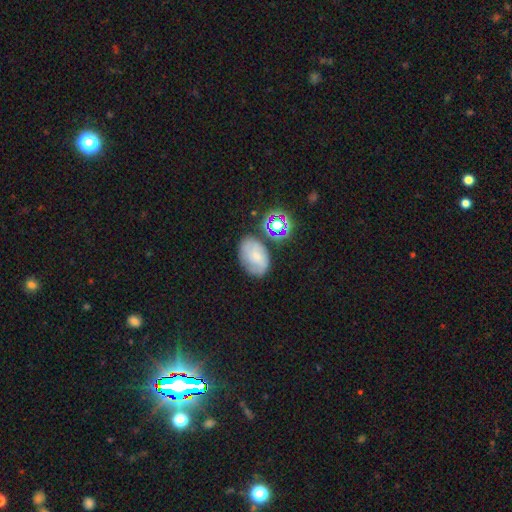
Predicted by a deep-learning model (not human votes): This is possibly a smooth galaxy (53%). How rounded: clearly in between (80%). Merging: likely none (64%).